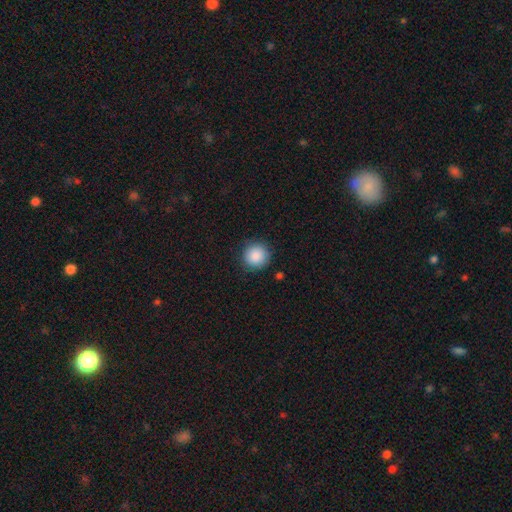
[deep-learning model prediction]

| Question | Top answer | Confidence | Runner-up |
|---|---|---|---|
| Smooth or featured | smooth | 88% | star or artifact (8%) |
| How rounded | round | 94% | in between (5%) |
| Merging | none | 89% | minor disturbance (7%) |